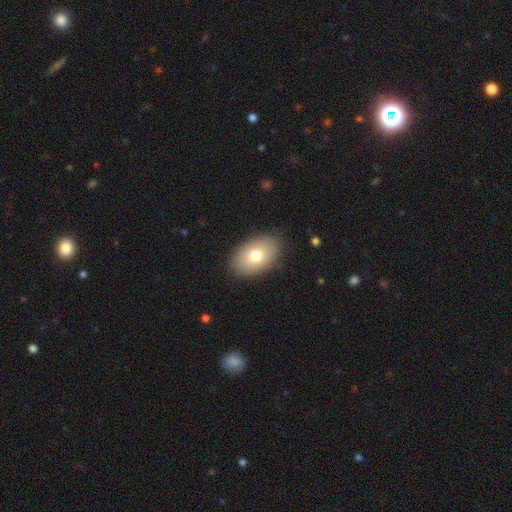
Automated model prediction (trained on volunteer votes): smooth 76%, featured or disk 16%, star or artifact 8%. Down the decision tree: how rounded — in between (88%); merging — none (87%).